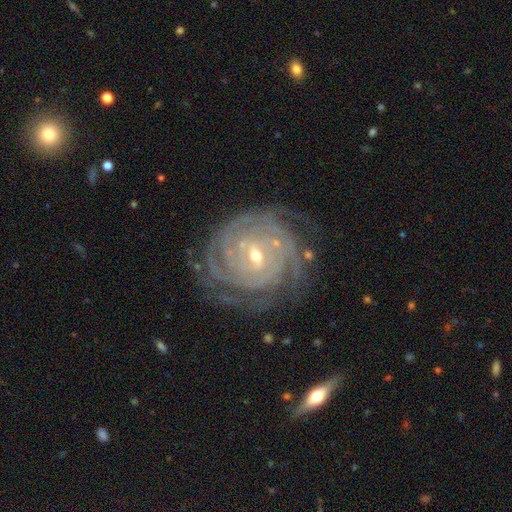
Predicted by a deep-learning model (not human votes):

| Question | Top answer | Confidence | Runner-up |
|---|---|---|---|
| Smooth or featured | featured or disk | 91% | star or artifact (5%) |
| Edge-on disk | no | 97% | yes (3%) |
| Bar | weak | 45% | no (29%) |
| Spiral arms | yes | 98% | no (2%) |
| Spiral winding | tight | 86% | medium (12%) |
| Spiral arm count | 4 | 29% | can't tell (22%) |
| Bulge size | small | 63% | moderate (35%) |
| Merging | none | 76% | minor disturbance (16%) |